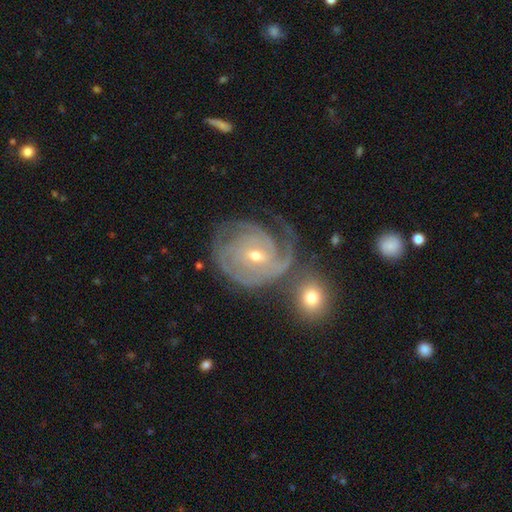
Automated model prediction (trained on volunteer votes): A featured or disk galaxy (86%) with no bar (56%), tight (74%) spiral arms (95%) and a small central bulge (56%).

Vote fractions:
- Smooth or featured? featured or disk: 86% / smooth: 8% / star or artifact: 6%
- Edge-on disk? no: 97% / yes: 3%
- Bar? no: 56% / weak: 34% / strong: 10%
- Spiral arms? yes: 95% / no: 5%
- Spiral winding? tight: 74% / medium: 21% / loose: 5%
- Spiral arm count? can't tell: 33% / 3: 23% / 2: 22% / 4: 8% / 1: 8% / more than 4: 6%
- Bulge size? small: 56% / moderate: 42% / large: 1% / none: 1% / dominant: 1%
- Merging? none: 54% / minor disturbance: 20% / major disturbance: 14% / merger: 12%